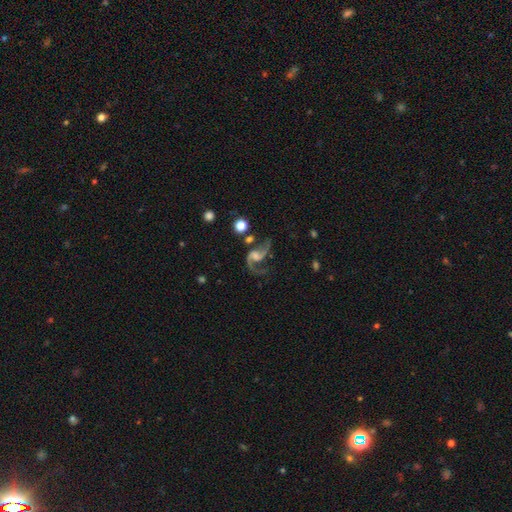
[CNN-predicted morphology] Overall: featured or disk (87%). Edge-on disk: no (98%). Bar: no (47%; weak 41%). Spiral arms: yes (96%). Spiral arm count: 2 (87%). Spiral winding: loose (66%; medium 30%). Bulge size: moderate (31%; small 28%). Merging: none (54%; major disturbance 22%).